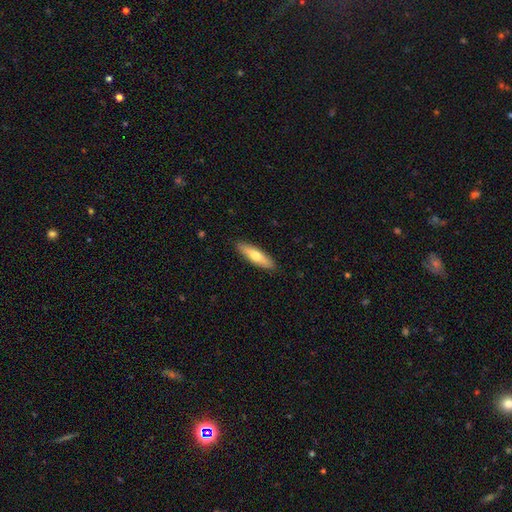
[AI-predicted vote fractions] The model was most divided on "smooth or featured": smooth: 59%, featured or disk: 36%, star or artifact: 5%. More confident: merging — none (89%); how rounded — cigar-shaped (63%).